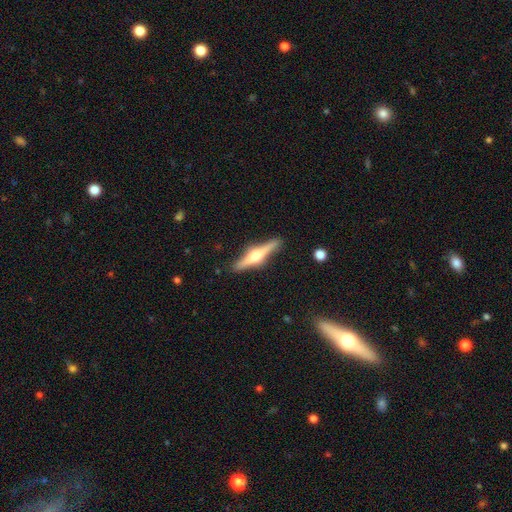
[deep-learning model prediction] smooth_or_featured: featured or disk (p=0.72) [alt: smooth p=0.23]
disk_edge_on: yes (p=0.98) [alt: no p=0.02]
edge_on_bulge: rounded (p=0.92) [alt: boxy p=0.05]
merging: none (p=0.89) [alt: minor disturbance p=0.08]